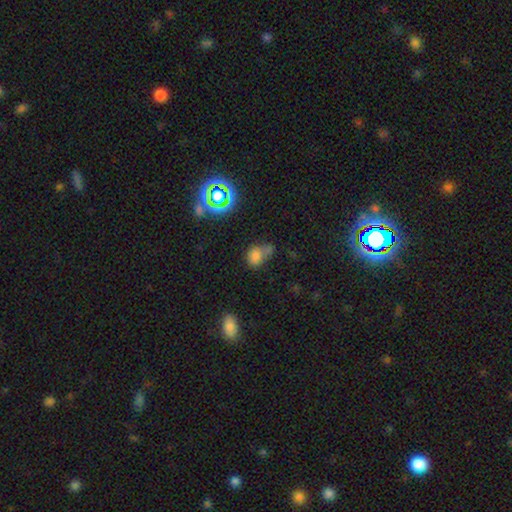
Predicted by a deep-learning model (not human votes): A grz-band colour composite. It shows a smooth galaxy with no disk features (70%) that is in between round and cigar-shaped (54%). Merging: none (37%).